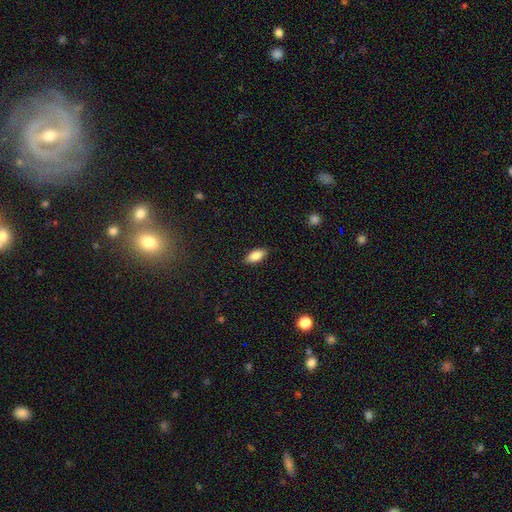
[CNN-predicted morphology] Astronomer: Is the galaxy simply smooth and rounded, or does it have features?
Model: smooth — 77%.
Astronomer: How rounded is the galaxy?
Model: in between — 82%.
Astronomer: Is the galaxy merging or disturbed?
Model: none — 87%.